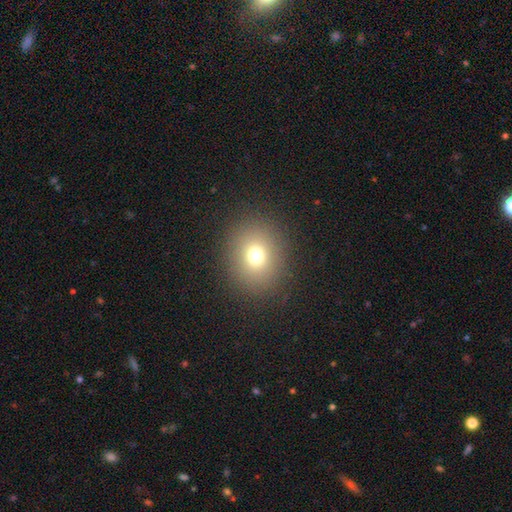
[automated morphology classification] smooth-or-featured: smooth: 72% | star or artifact: 17% | featured or disk: 10%
  how-rounded: round: 71% | in between: 28% | cigar-shaped: 1%
  merging: none: 87% | minor disturbance: 7% | major disturbance: 4% | merger: 1%